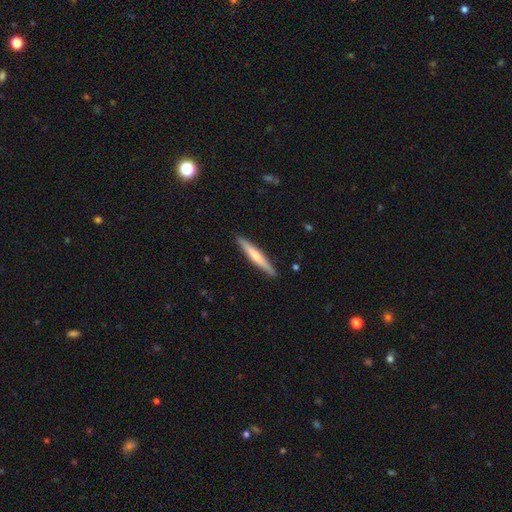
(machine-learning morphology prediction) A smooth galaxy with no disk features (53%) that is cigar-shaped (95%).

Vote fractions:
- Smooth or featured? smooth: 53% / featured or disk: 42% / star or artifact: 5%
- How rounded? cigar-shaped: 95% / in between: 4% / round: 1%
- Merging? none: 91% / minor disturbance: 7% / major disturbance: 1% / merger: 1%